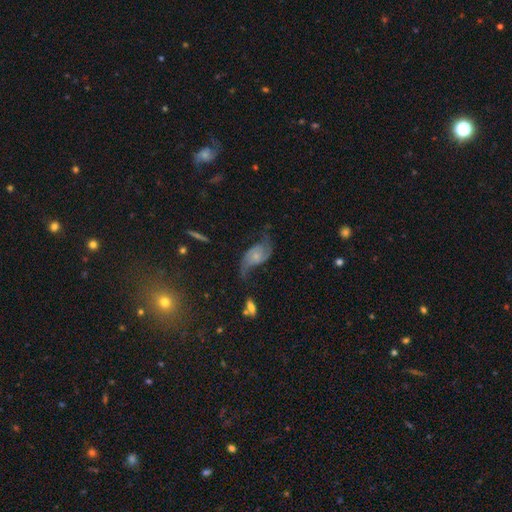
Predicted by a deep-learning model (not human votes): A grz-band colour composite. It shows a featured or disk galaxy (82%) with no bar (71%), 2 (91%) loose (69%) spiral arms (95%) and a small central bulge (59%). Merging: none (57%).